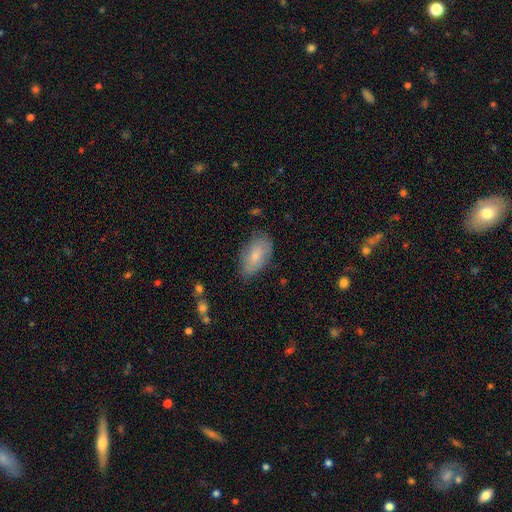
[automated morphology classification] type=smooth (72%); roundness=in between (93%); merging=none (71%).